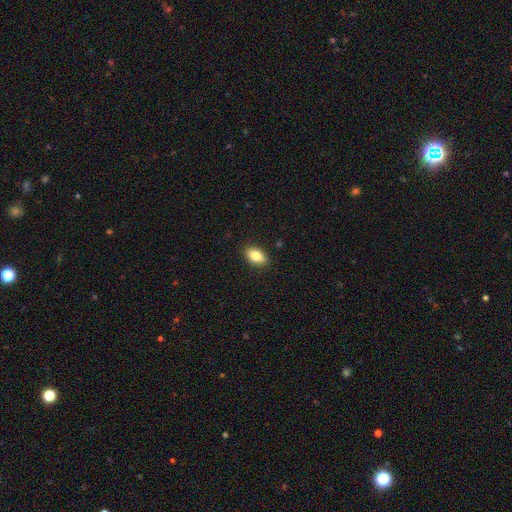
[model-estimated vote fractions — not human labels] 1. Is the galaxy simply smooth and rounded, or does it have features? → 83% smooth, 9% featured or disk, 8% star or artifact.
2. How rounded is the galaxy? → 90% in between, 8% round, 2% cigar-shaped.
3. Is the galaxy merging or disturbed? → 89% none, 8% minor disturbance, 2% major disturbance, 1% merger.